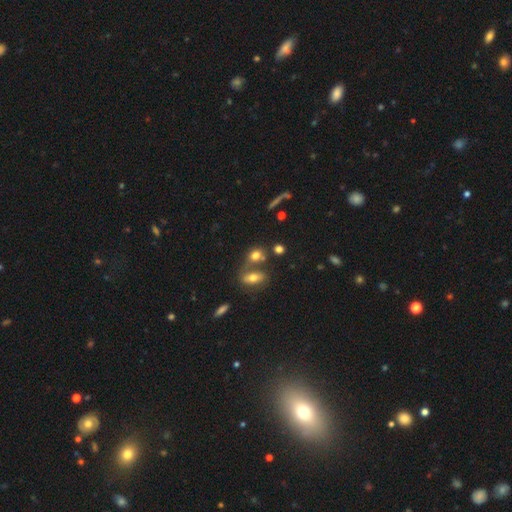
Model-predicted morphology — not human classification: Smooth or featured? Predicted: smooth (p=0.73). How rounded? Predicted: in between (p=0.49). Merging? Predicted: none (p=0.43).